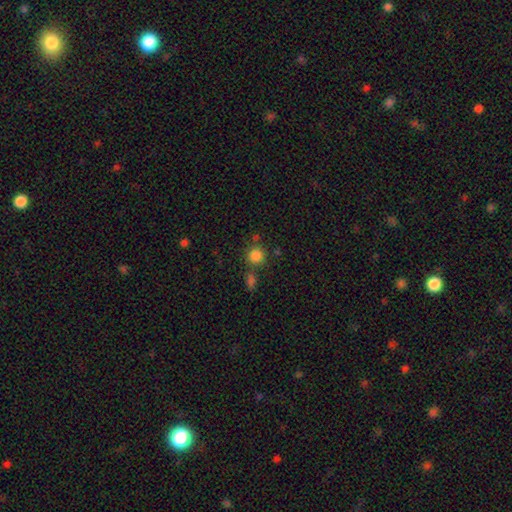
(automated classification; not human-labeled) smooth-or-featured: smooth: 84% | star or artifact: 12% | featured or disk: 5%
  how-rounded: round: 90% | in between: 9% | cigar-shaped: 1%
  merging: none: 71% | merger: 15% | minor disturbance: 10% | major disturbance: 4%